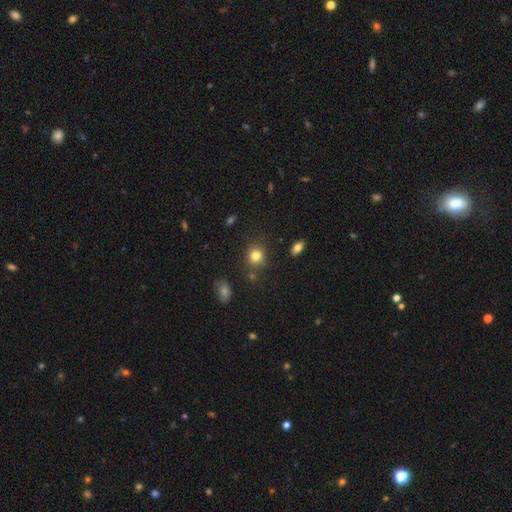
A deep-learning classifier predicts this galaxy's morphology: Smooth or featured? Predicted: smooth (p=0.81). How rounded? Predicted: round (p=0.80). Merging? Predicted: none (p=0.81).